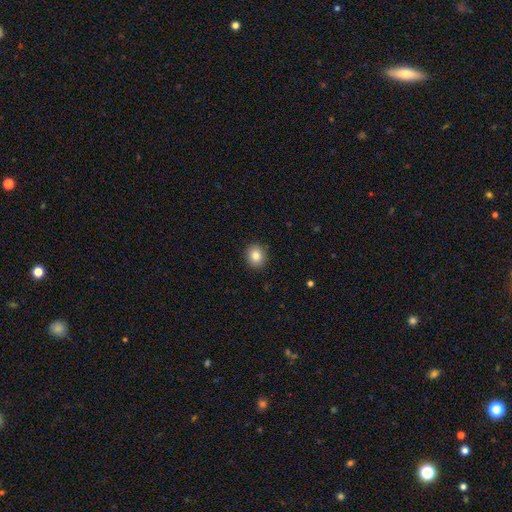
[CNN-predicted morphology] smooth 84%, star or artifact 10%, featured or disk 6%. Down the decision tree: how rounded — round (78%); merging — none (90%).